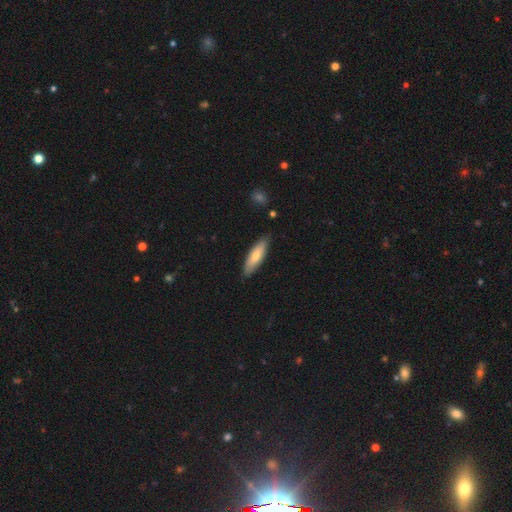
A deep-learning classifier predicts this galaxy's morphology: Smooth or featured?
  - smooth: 71% *
  - featured or disk: 24%
  - star or artifact: 5%
How rounded?
  - cigar-shaped: 55% *
  - in between: 43%
  - round: 2%
Merging?
  - none: 83% *
  - minor disturbance: 13%
  - major disturbance: 2%
  - merger: 1%